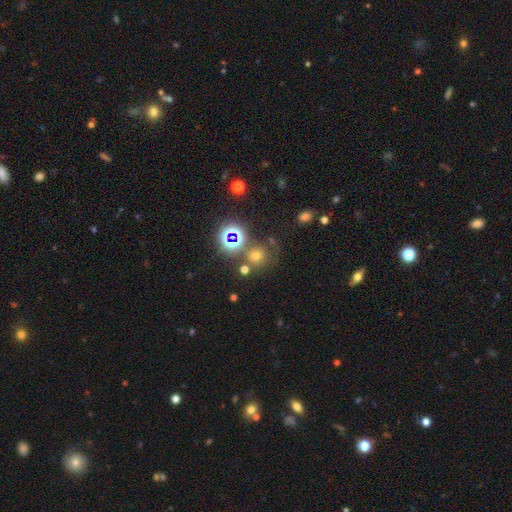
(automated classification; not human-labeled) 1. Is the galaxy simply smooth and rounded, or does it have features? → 58% smooth, 32% star or artifact, 10% featured or disk.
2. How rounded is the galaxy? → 86% round, 13% in between, 1% cigar-shaped.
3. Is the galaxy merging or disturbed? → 69% none, 13% merger, 12% minor disturbance, 6% major disturbance.